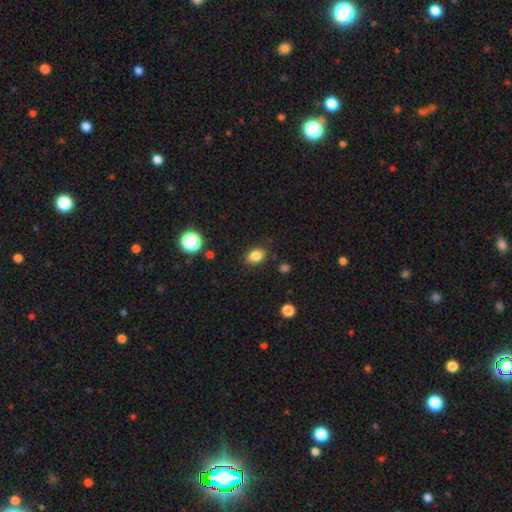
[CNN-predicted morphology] Q: Smooth or featured?
A: smooth (84%); runner-up: star or artifact (11%)
Q: How rounded?
A: in between (75%); runner-up: round (24%)
Q: Merging?
A: none (86%); runner-up: minor disturbance (10%)